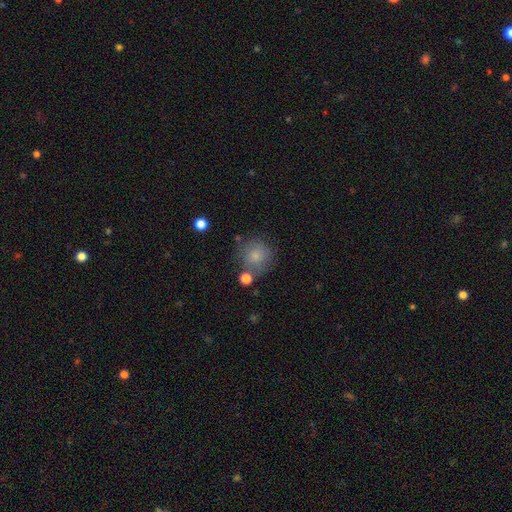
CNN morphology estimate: The model was most divided on "merging": none: 67%, minor disturbance: 17%, merger: 9%, major disturbance: 7%. More confident: how rounded — round (90%); smooth or featured — smooth (79%).